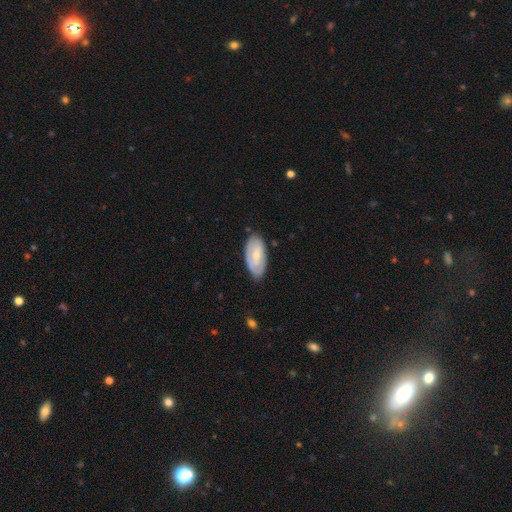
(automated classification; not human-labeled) Smooth or featured? Predicted: smooth (p=0.50). Merging? Predicted: none (p=0.76).